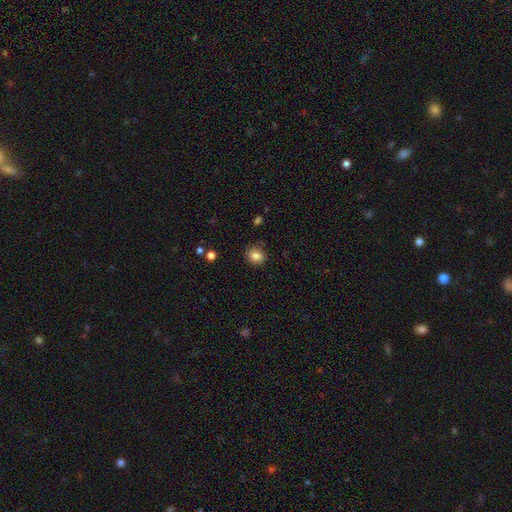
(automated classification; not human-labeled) Smooth or featured: smooth — 84% (star or artifact — 10%)
How rounded: round — 56% (in between — 43%)
Merging: none — 83% (minor disturbance — 12%)